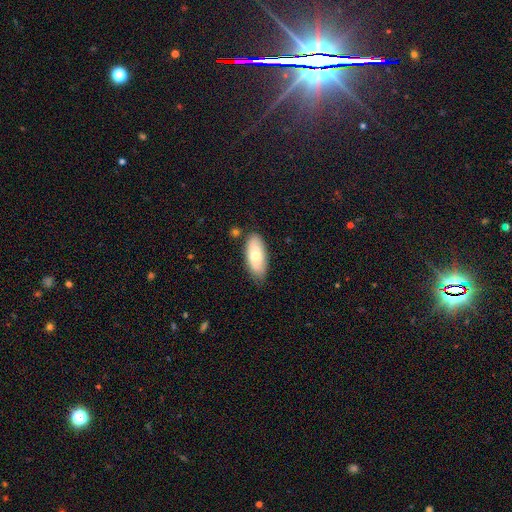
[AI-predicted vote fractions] Smooth or featured?
  - smooth: 70% *
  - featured or disk: 24%
  - star or artifact: 6%
How rounded?
  - in between: 85% *
  - cigar-shaped: 13%
  - round: 2%
Merging?
  - none: 79% *
  - minor disturbance: 15%
  - merger: 3%
  - major disturbance: 3%